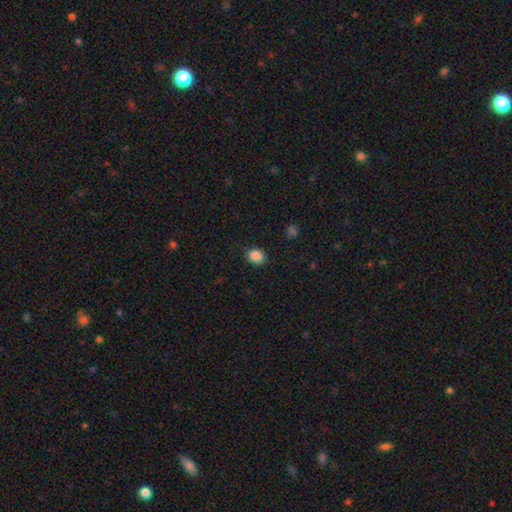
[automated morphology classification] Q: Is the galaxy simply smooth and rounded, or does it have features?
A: smooth — 87%.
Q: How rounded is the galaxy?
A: round — 57%.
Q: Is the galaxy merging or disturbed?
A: none — 85%.